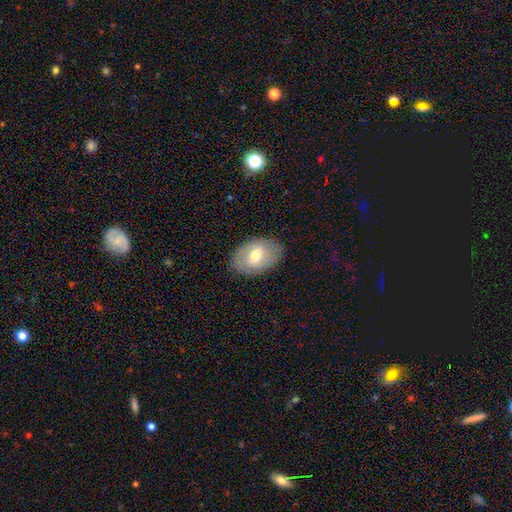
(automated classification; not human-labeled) A smooth galaxy with no disk features (64%) that is in between round and cigar-shaped (85%). Merging: none (85%).